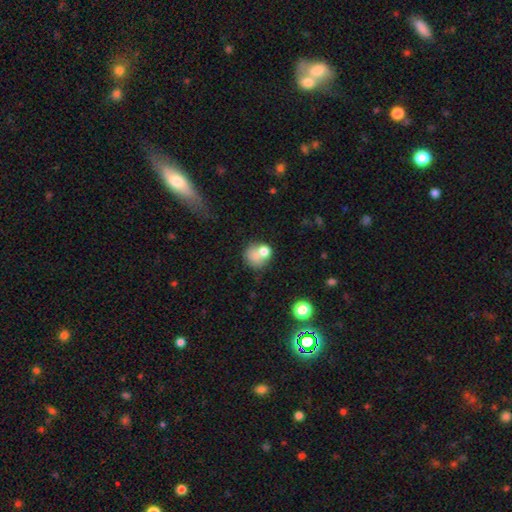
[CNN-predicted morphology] This appears to be a smooth galaxy with no disk features (71%) that is round (73%). Merging: none (39%).